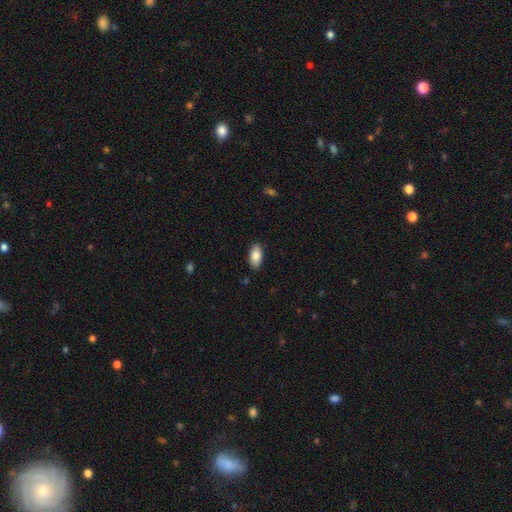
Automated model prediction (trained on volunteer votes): Smooth or featured? Predicted: smooth (p=0.84). How rounded? Predicted: in between (p=0.92). Merging? Predicted: none (p=0.87).